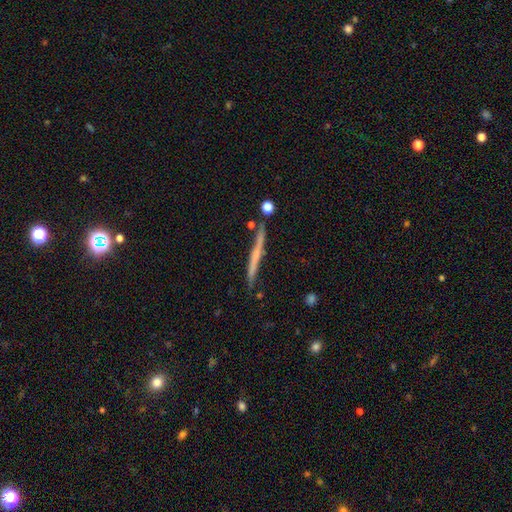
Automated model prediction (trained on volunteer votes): This appears to be a featured or disk galaxy (55%) viewed edge-on (97%) with no central bulge (79%). Merging: none (84%).